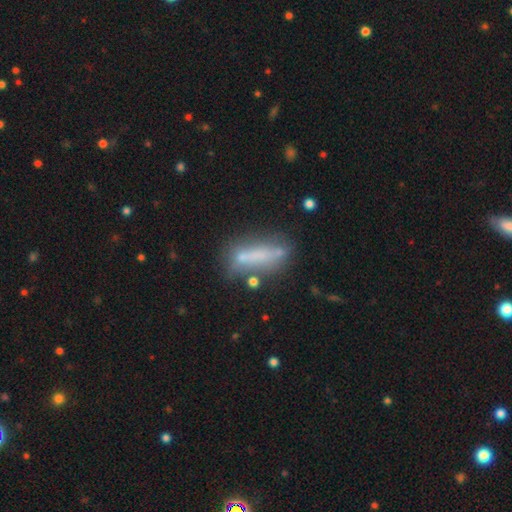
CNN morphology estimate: A smooth galaxy with no disk features (55%) that is cigar-shaped (69%). Merging: none (60%).